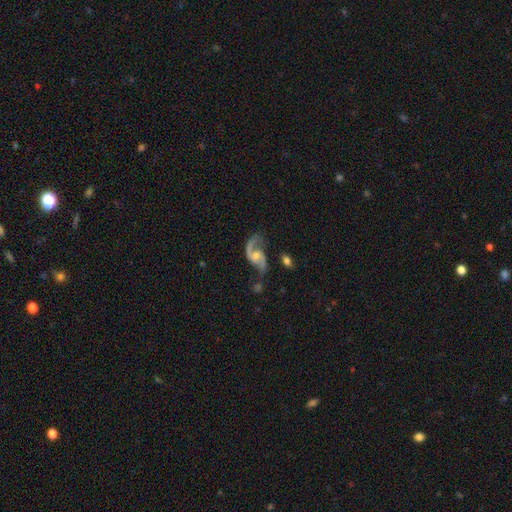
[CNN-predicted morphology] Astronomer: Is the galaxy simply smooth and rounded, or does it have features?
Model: featured or disk — 89%.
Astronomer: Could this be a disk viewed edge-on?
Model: no — 97%.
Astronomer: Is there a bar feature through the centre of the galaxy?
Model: no — 52% (runner-up: weak, 38%).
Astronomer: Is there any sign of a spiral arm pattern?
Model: yes — 96%.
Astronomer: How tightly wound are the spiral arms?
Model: loose — 59% (runner-up: medium, 34%).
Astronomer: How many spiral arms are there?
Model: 2 — 88%.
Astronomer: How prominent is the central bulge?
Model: moderate — 52% (runner-up: small, 38%).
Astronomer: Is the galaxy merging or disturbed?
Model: none — 54%.